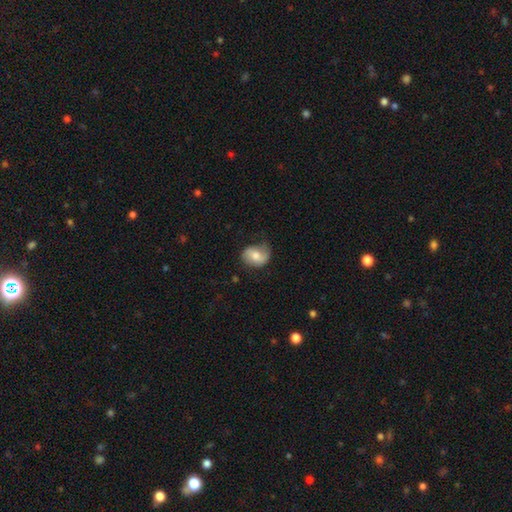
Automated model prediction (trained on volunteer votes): A smooth galaxy with no disk features (59%) that is in between round and cigar-shaped (55%). Merging: none (58%).